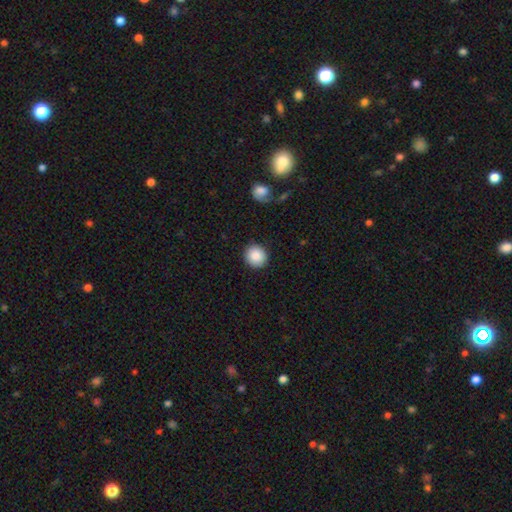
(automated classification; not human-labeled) This appears to be a smooth galaxy with no disk features (87%) that is round (89%). Merging: none (90%).